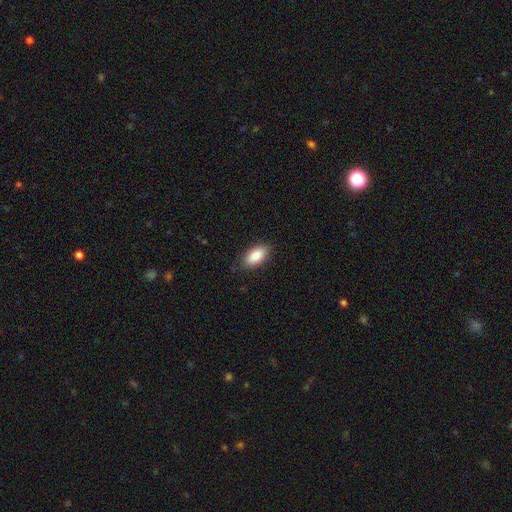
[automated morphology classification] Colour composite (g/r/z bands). It shows a smooth galaxy with no disk features (88%) that is in between round and cigar-shaped (92%). Merging: none (86%).